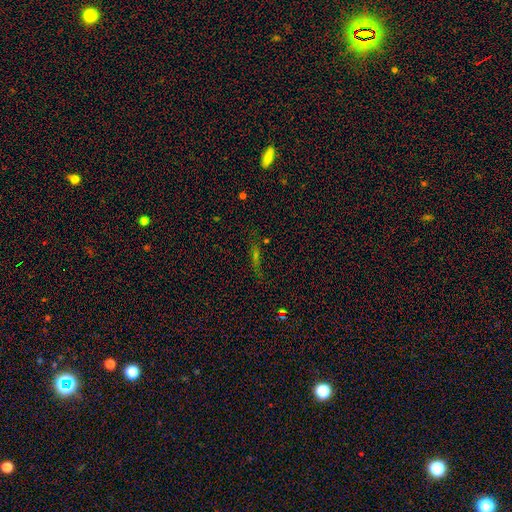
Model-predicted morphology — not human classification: smooth-or-featured: star or artifact: 39% | smooth: 32% | featured or disk: 29%